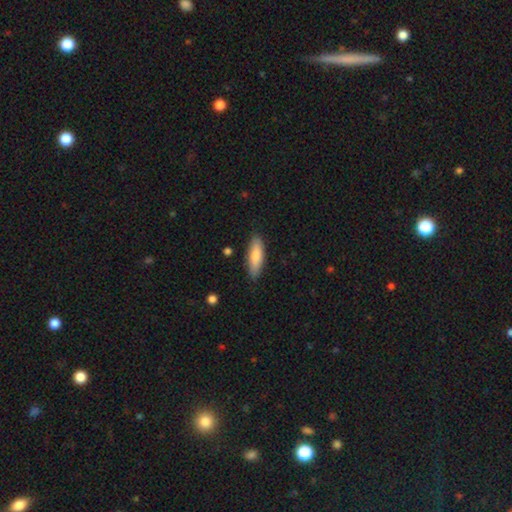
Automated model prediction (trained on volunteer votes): This is clearly a smooth galaxy (81%). How rounded: possibly cigar-shaped (50%). Merging: clearly none (86%).